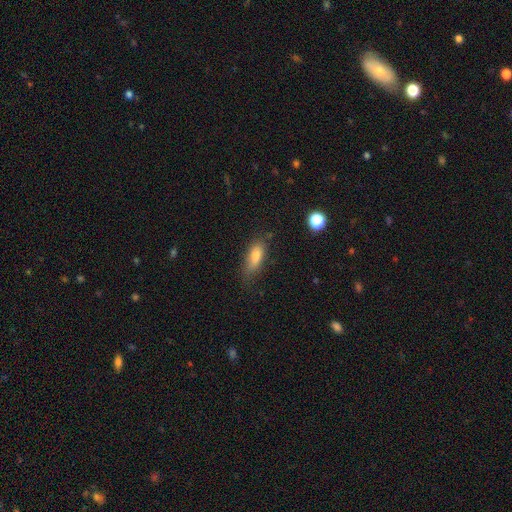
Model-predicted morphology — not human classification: Q: Smooth or featured?
A: smooth (79%); runner-up: featured or disk (12%)
Q: How rounded?
A: in between (69%); runner-up: cigar-shaped (27%)
Q: Merging?
A: none (68%); runner-up: minor disturbance (23%)